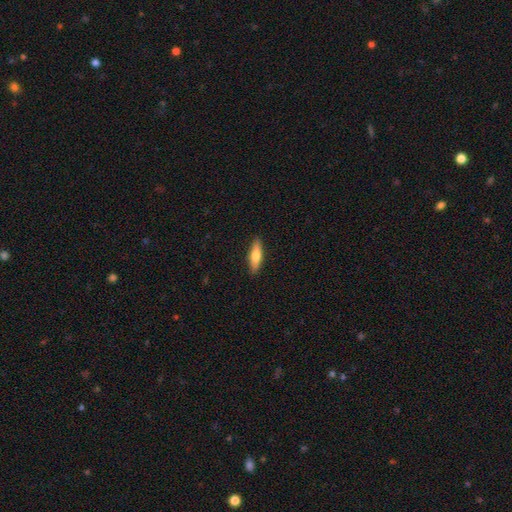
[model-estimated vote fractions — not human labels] Overall: smooth (68%). How rounded: cigar-shaped (59%; in between 39%). Merging: none (90%).